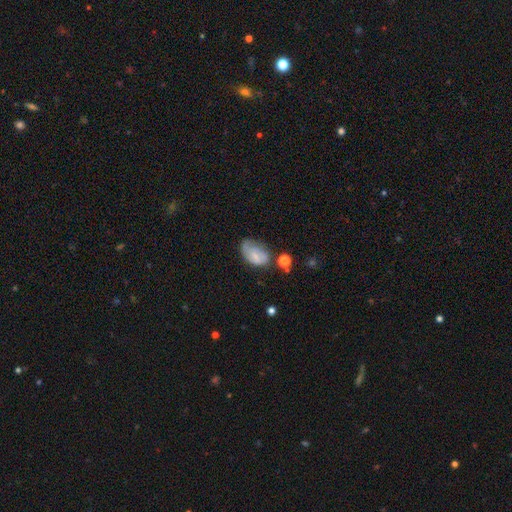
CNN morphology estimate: Smooth or featured: smooth — 58% (featured or disk — 33%)
How rounded: in between — 88% (round — 10%)
Merging: none — 38% (minor disturbance — 36%)